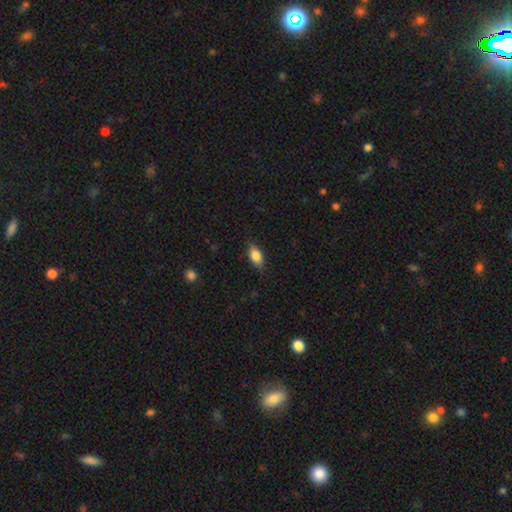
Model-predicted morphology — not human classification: The model was most divided on "merging": none: 81%, minor disturbance: 15%, major disturbance: 3%, merger: 1%. More confident: how rounded — in between (87%); smooth or featured — smooth (83%).